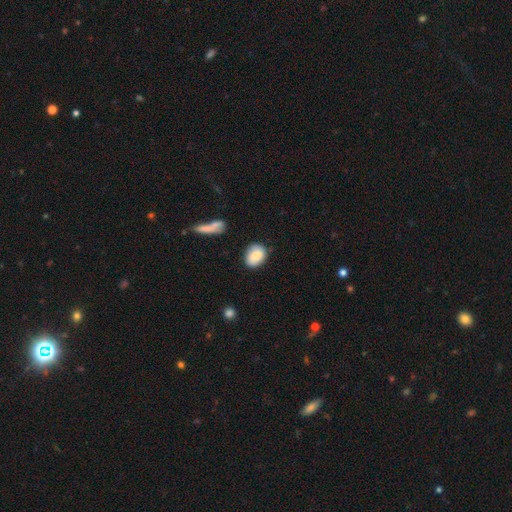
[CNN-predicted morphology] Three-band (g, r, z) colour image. It shows a smooth galaxy with no disk features (81%) that is in between round and cigar-shaped (63%). Merging: none (76%).